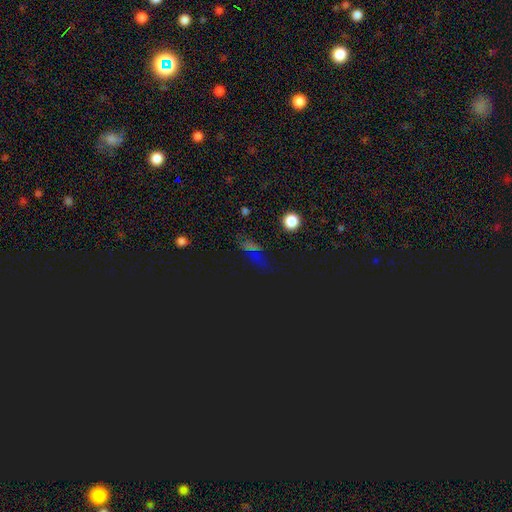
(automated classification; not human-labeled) A star or artifact, not a galaxy (59%).

Vote fractions:
- Smooth or featured? star or artifact: 59% / smooth: 31% / featured or disk: 10%